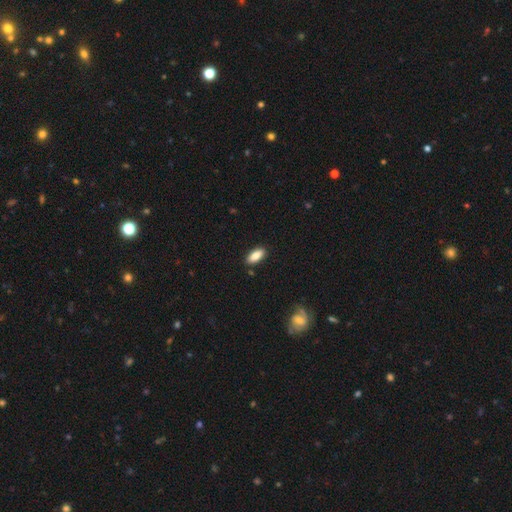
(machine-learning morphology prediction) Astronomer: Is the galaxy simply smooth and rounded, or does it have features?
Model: smooth — 86%.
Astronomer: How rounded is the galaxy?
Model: in between — 84%.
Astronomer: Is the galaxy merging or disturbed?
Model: none — 87%.